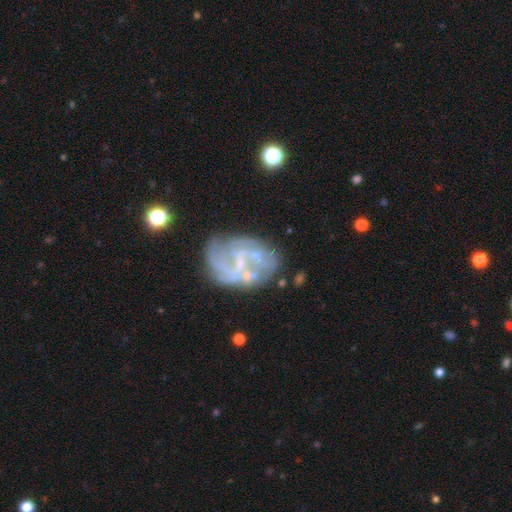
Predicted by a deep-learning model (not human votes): A featured or disk galaxy (78%) with a weak bar (46%), medium (40%) spiral arms (75%) and a small central bulge (52%). Merging: none (50%).